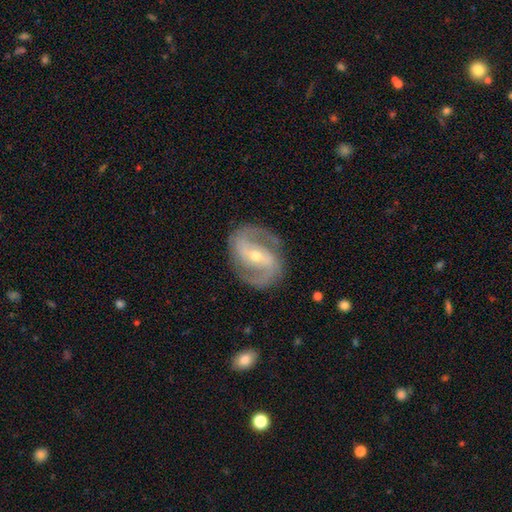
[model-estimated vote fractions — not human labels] featured or disk 89%, smooth 6%, star or artifact 5%. Down the decision tree: edge-on disk — no (97%); bar — strong (43%); spiral arms — yes (95%); spiral arm count — 2 (92%); spiral winding — medium (53%); bulge size — small (54%); merging — none (83%).